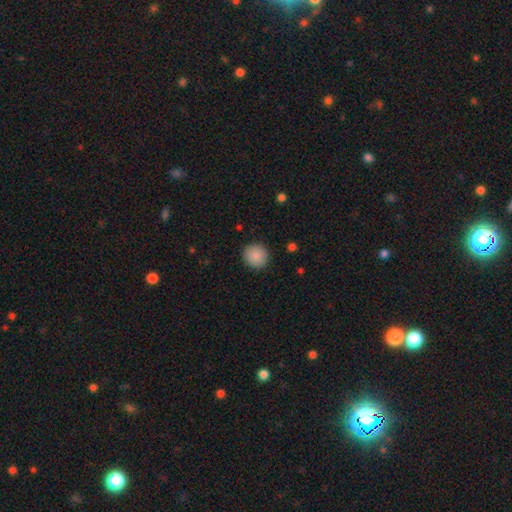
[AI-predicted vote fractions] Smooth or featured?
  - smooth: 88% *
  - star or artifact: 8%
  - featured or disk: 4%
How rounded?
  - round: 92% *
  - in between: 8%
  - cigar-shaped: 1%
Merging?
  - none: 91% *
  - minor disturbance: 6%
  - major disturbance: 2%
  - merger: 1%